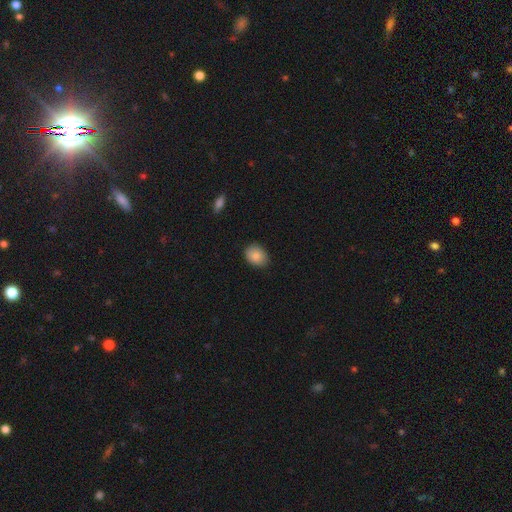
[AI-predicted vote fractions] Q: Smooth or featured?
A: smooth (86%); runner-up: star or artifact (8%)
Q: How rounded?
A: in between (63%); runner-up: round (36%)
Q: Merging?
A: none (84%); runner-up: minor disturbance (12%)